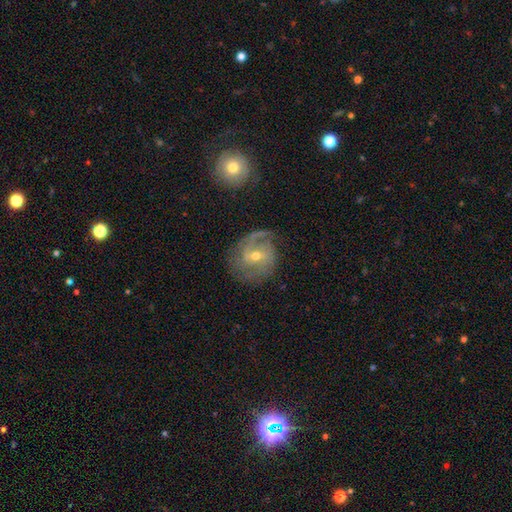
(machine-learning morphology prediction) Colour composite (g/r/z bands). It shows a featured or disk galaxy (82%) with a weak bar (48%), 2 (54%) medium (44%) spiral arms (94%) and a moderate central bulge (53%). Merging: none (66%).